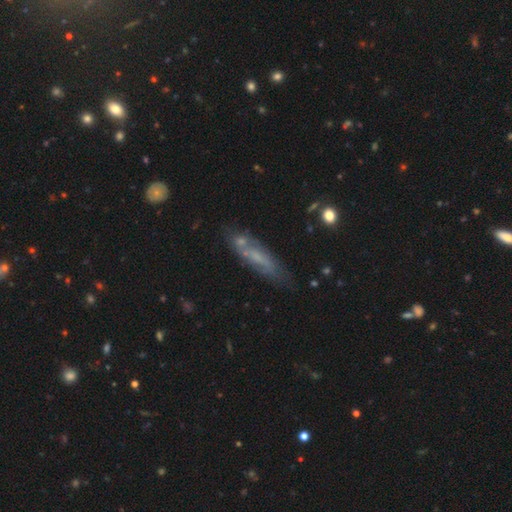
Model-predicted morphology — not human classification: A featured or disk galaxy (48%).

Vote fractions:
- Smooth or featured? featured or disk: 48% / smooth: 42% / star or artifact: 10%
- Merging? none: 63% / minor disturbance: 20% / merger: 10% / major disturbance: 7%